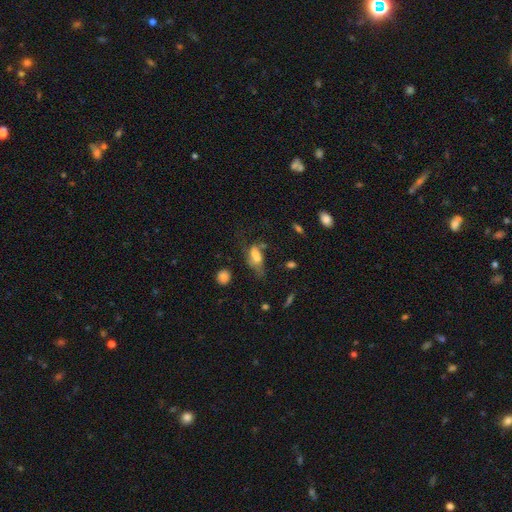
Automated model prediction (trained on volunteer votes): Smooth or featured? smooth (59%)
How rounded? in between (77%)
Merging? major disturbance (32%)